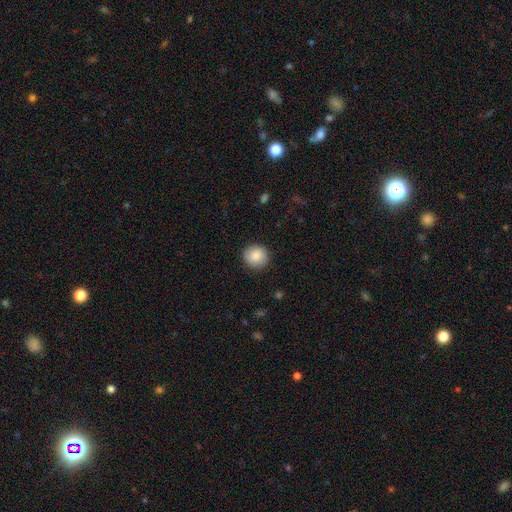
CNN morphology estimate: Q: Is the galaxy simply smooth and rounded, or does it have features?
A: smooth — 86%.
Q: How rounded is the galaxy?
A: round — 90%.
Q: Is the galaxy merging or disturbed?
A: none — 89%.